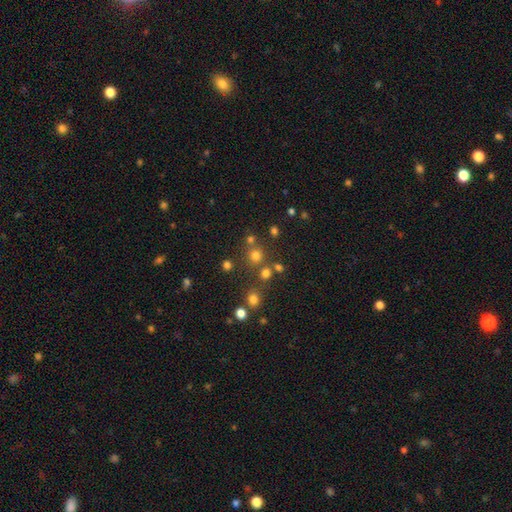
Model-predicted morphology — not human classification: Smooth or featured? smooth (65%)
How rounded? round (92%)
Merging? none (75%)